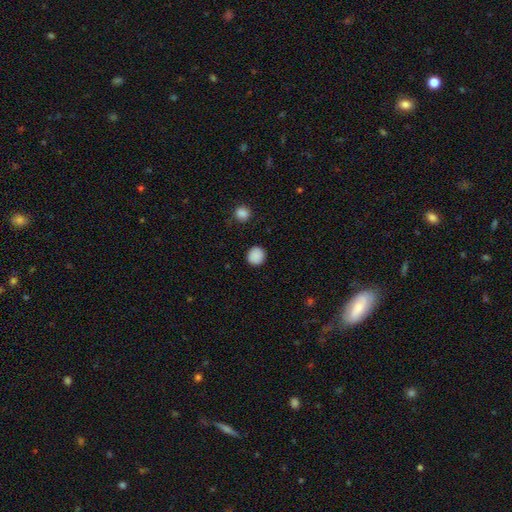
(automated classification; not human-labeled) smooth 88%, star or artifact 9%, featured or disk 3%. Down the decision tree: how rounded — round (90%); merging — none (89%).